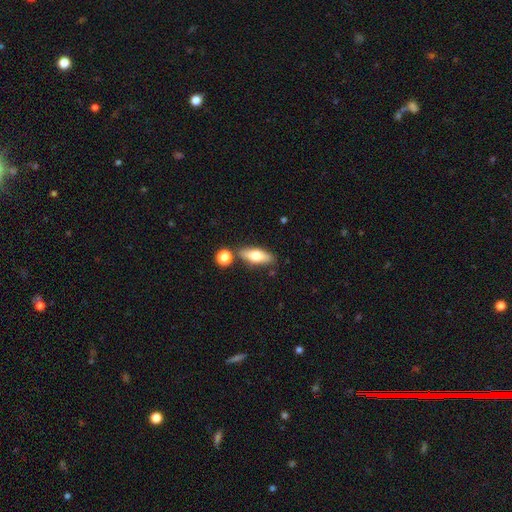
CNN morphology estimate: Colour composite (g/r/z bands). It shows a smooth galaxy with no disk features (64%) that is in between round and cigar-shaped (66%). Merging: none (76%).